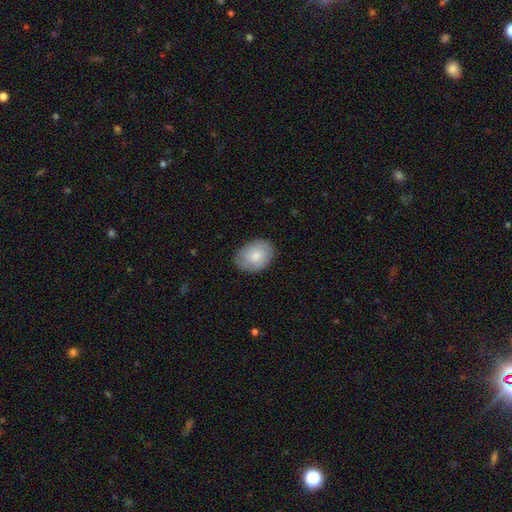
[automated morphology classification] Overall: smooth (77%). How rounded: in between (78%). Merging: none (80%).